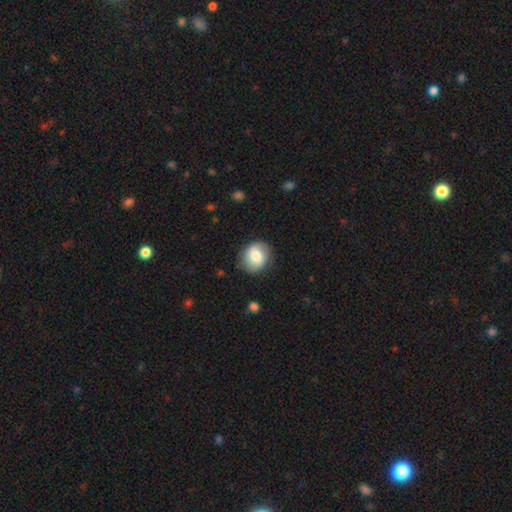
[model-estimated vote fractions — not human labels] Smooth or featured? Predicted: smooth (p=0.68). How rounded? Predicted: round (p=0.71). Merging? Predicted: none (p=0.82).